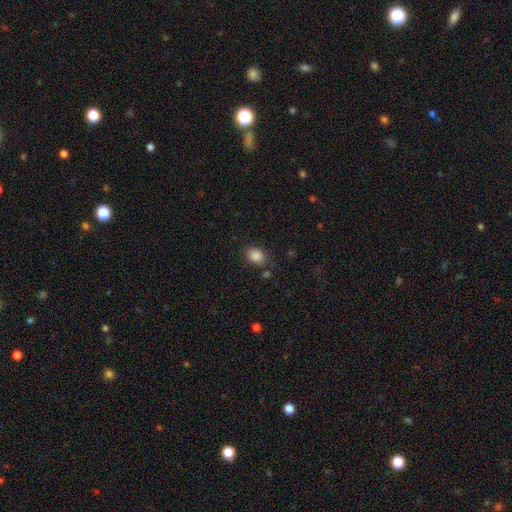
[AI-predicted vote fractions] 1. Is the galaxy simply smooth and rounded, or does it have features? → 87% smooth, 9% star or artifact, 4% featured or disk.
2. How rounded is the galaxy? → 68% in between, 31% round, 1% cigar-shaped.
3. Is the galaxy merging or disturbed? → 81% none, 12% minor disturbance, 4% major disturbance, 3% merger.